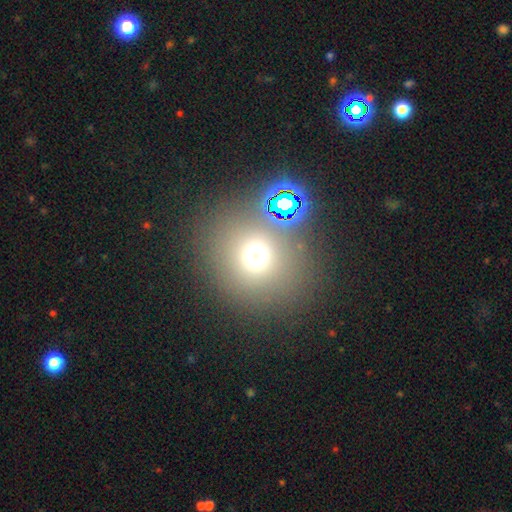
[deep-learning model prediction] The model was most divided on "smooth or featured": smooth: 65%, star or artifact: 26%, featured or disk: 9%. More confident: how rounded — round (87%); merging — none (75%).